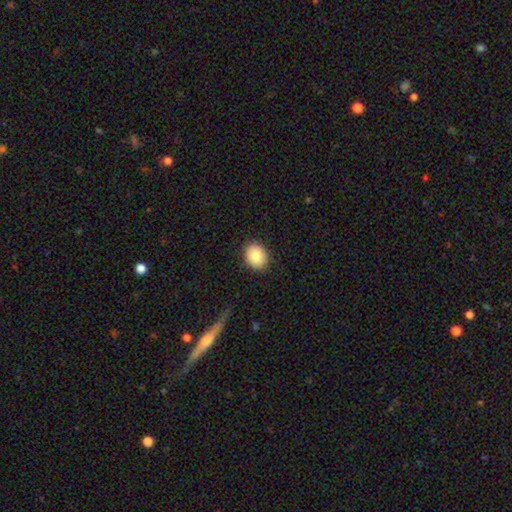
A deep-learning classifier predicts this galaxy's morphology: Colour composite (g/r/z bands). It shows a smooth galaxy with no disk features (86%) that is in between round and cigar-shaped (50%). Merging: none (88%).